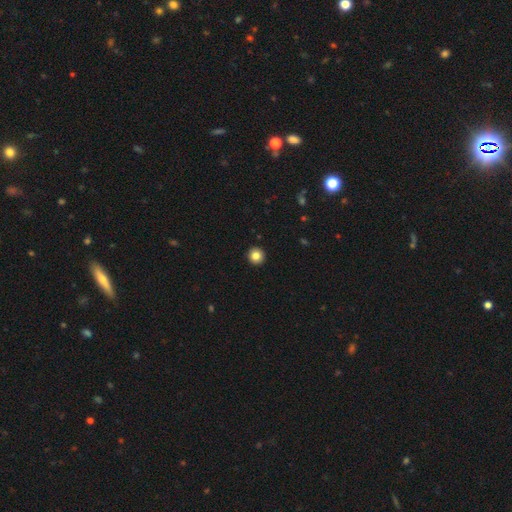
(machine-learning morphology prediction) Overall: smooth (84%). How rounded: round (95%). Merging: none (94%).